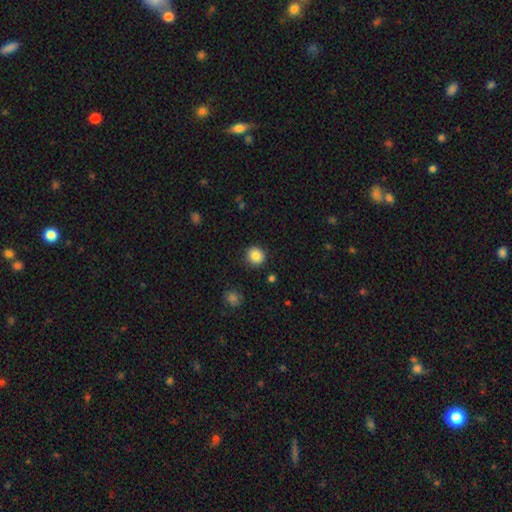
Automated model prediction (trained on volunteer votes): Overall: smooth (86%). How rounded: round (91%). Merging: none (90%).